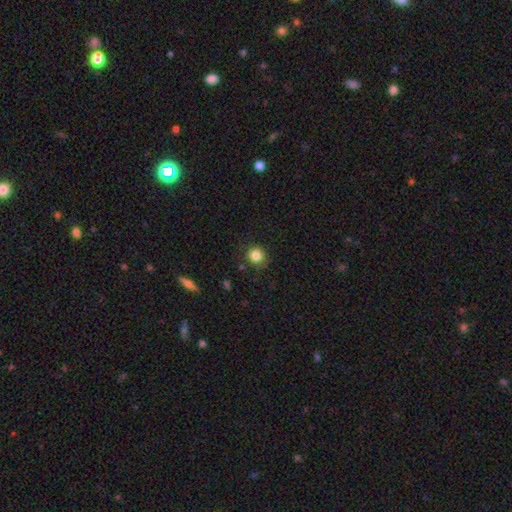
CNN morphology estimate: Smooth or featured? smooth (83%)
How rounded? round (90%)
Merging? none (84%)